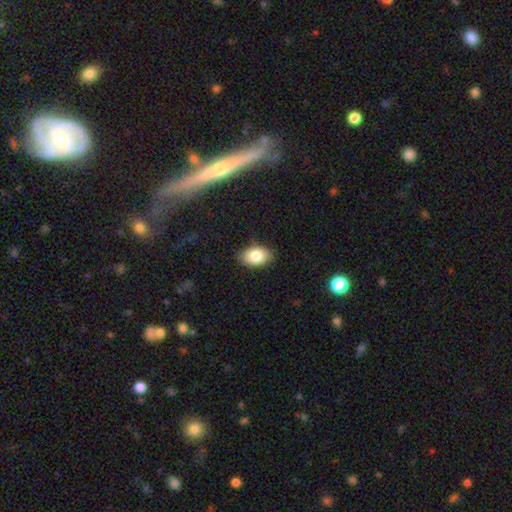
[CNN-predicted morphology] Q: Smooth or featured?
A: smooth (83%); runner-up: featured or disk (9%)
Q: How rounded?
A: in between (88%); runner-up: round (11%)
Q: Merging?
A: none (84%); runner-up: minor disturbance (12%)